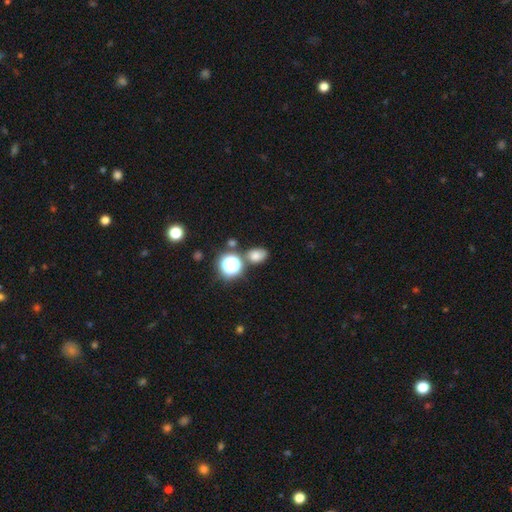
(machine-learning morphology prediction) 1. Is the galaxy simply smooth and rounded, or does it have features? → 72% smooth, 20% star or artifact, 8% featured or disk.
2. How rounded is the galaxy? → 65% in between, 34% round, 1% cigar-shaped.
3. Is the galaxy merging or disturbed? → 68% none, 15% minor disturbance, 13% merger, 5% major disturbance.